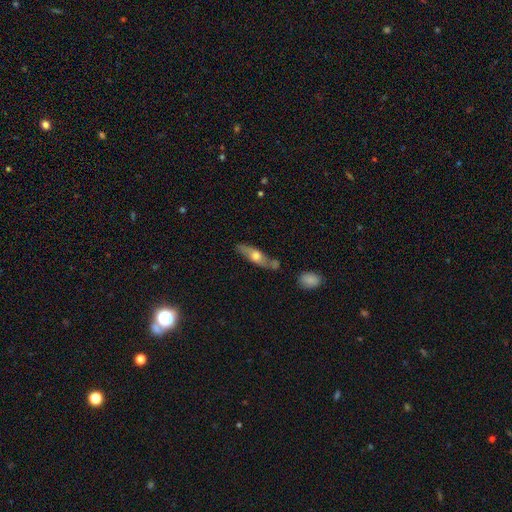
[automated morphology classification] featured or disk 51%, smooth 43%, star or artifact 6%. Down the decision tree: edge-on disk — yes (64%); merging — none (68%).